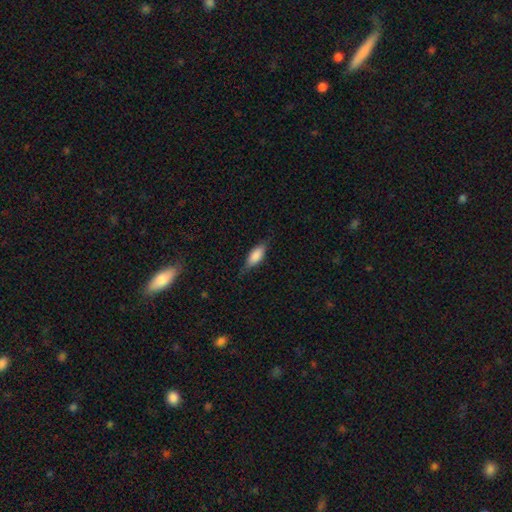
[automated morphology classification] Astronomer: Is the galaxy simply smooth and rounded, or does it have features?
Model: smooth — 79%.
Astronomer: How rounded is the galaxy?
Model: in between — 73%.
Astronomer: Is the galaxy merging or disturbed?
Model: none — 74%.